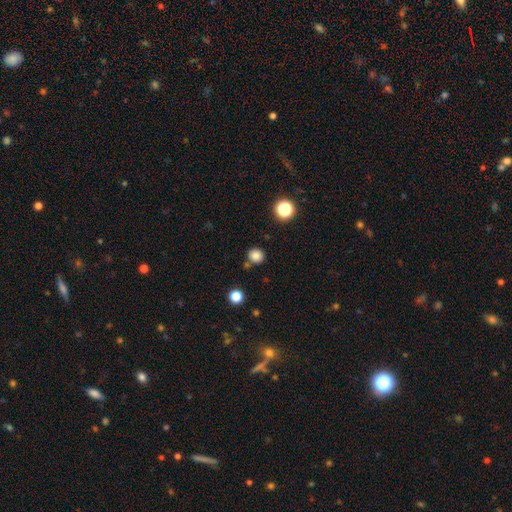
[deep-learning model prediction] smooth_or_featured: smooth (p=0.83) [alt: star or artifact p=0.13]
how_rounded: round (p=0.89) [alt: in between p=0.10]
merging: none (p=0.80) [alt: minor disturbance p=0.09]